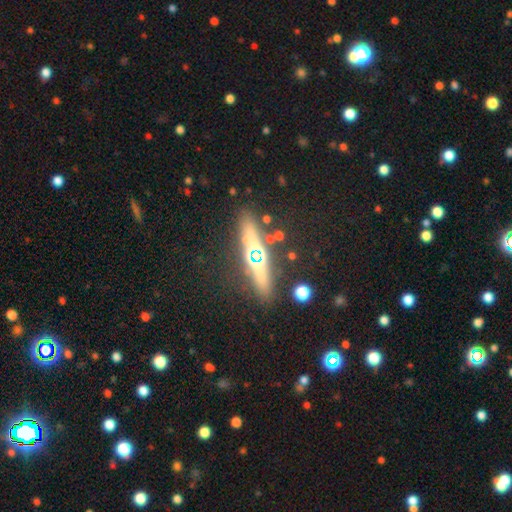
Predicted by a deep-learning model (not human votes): This is marginally a smooth galaxy (42%). Merging: clearly none (82%).